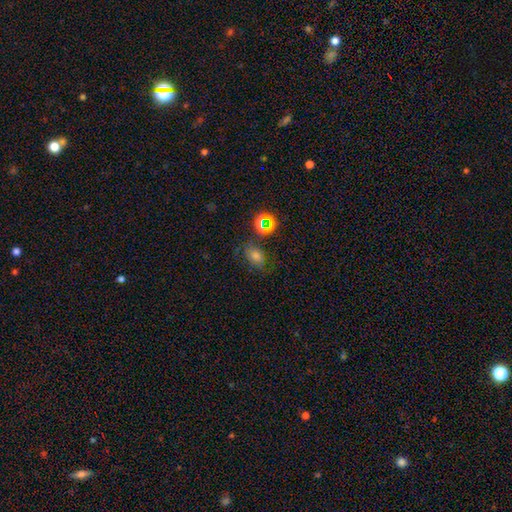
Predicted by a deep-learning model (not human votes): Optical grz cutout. It shows a smooth galaxy with no disk features (50%). Merging: none (66%).